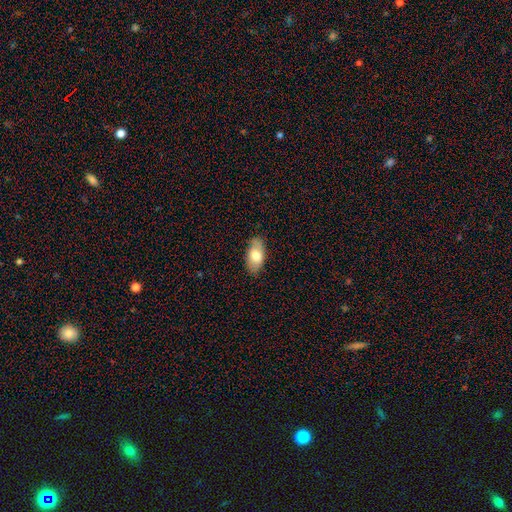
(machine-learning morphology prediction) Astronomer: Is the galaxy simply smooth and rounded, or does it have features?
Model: smooth — 73%.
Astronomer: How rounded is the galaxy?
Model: in between — 93%.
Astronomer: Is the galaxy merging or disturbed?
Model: none — 82%.